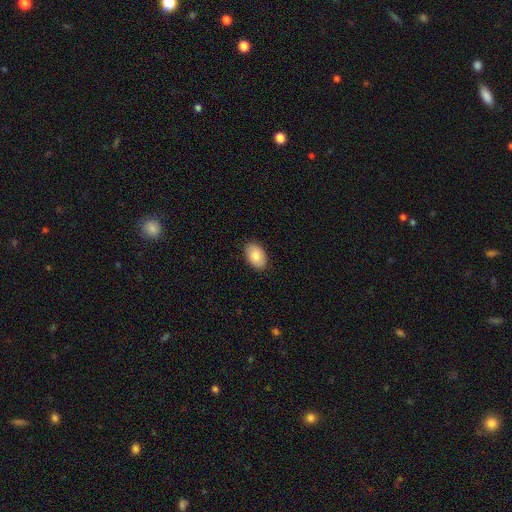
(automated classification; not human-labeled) The model was most divided on "smooth or featured": smooth: 82%, featured or disk: 11%, star or artifact: 7%. More confident: how rounded — in between (90%); merging — none (89%).